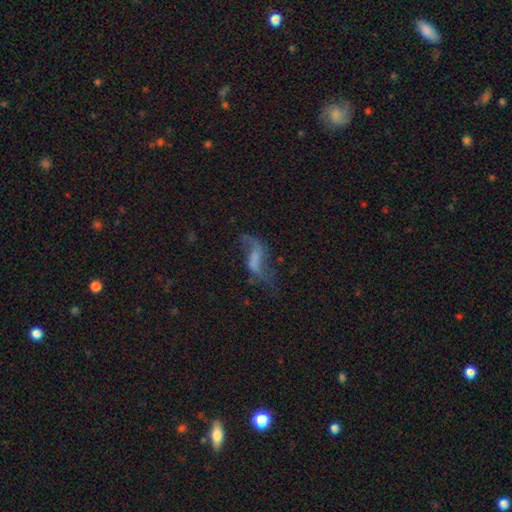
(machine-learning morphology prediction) This appears to be a featured or disk galaxy (68%) with a weak bar (41%), spiral arms (81%) and no central bulge (54%). Merging: none (47%).